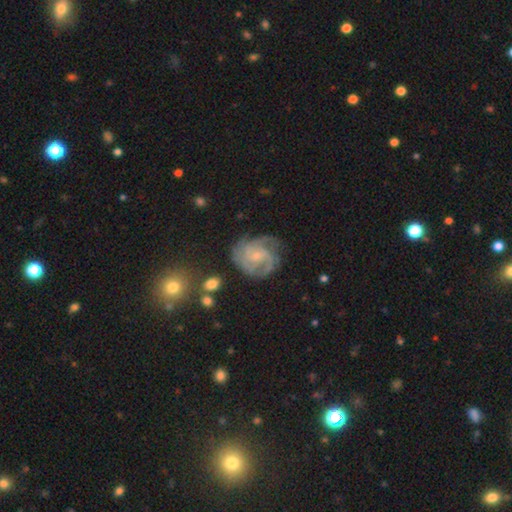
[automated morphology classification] This is clearly a featured or disk galaxy (85%). It is clearly not viewed edge-on (98%). Bar: likely no (65%). Spiral arm pattern: clearly yes (96%). Spiral arm count: marginally 3 (42%). Spiral winding: possibly tight (49%). Central bulge: likely small (71%). Merging: likely none (66%).